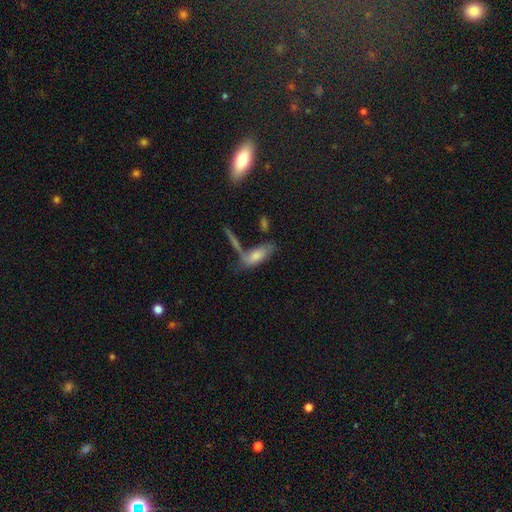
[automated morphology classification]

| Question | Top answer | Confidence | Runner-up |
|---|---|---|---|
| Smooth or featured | smooth | 68% | featured or disk (24%) |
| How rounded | in between | 73% | cigar-shaped (24%) |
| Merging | none | 42% | merger (30%) |